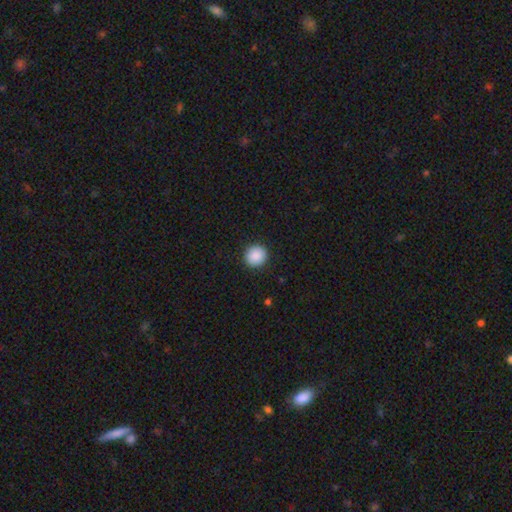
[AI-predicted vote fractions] smooth-or-featured: smooth: 89% | star or artifact: 8% | featured or disk: 3%
  how-rounded: round: 93% | in between: 6% | cigar-shaped: 1%
  merging: none: 92% | minor disturbance: 5% | major disturbance: 2% | merger: 1%